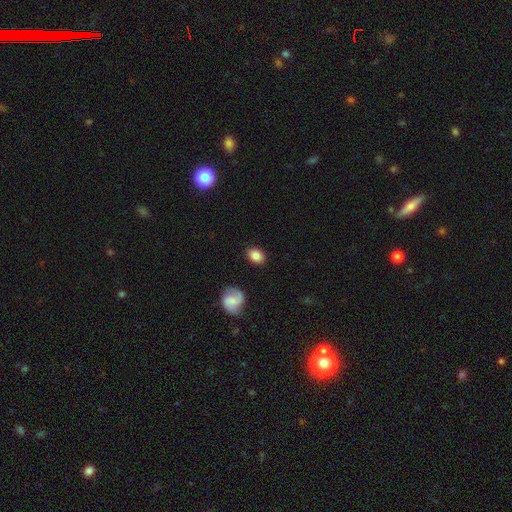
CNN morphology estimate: Smooth or featured: smooth — 81% (featured or disk — 11%)
How rounded: in between — 64% (round — 34%)
Merging: none — 85% (minor disturbance — 10%)